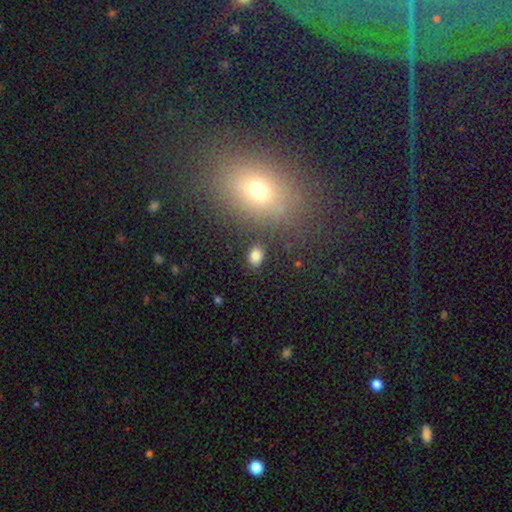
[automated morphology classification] Q: Smooth or featured?
A: smooth (82%); runner-up: star or artifact (11%)
Q: How rounded?
A: in between (72%); runner-up: round (27%)
Q: Merging?
A: none (86%); runner-up: minor disturbance (8%)